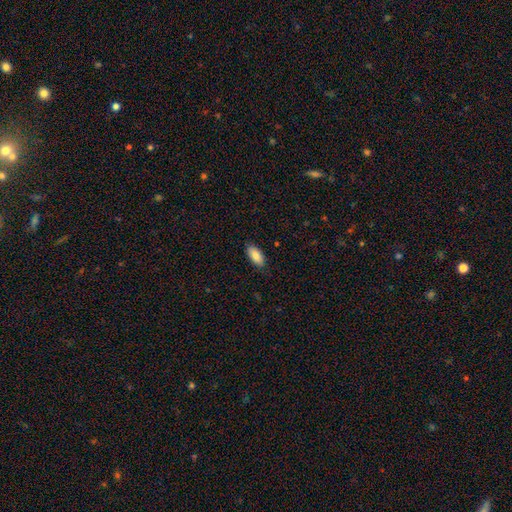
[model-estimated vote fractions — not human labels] A smooth galaxy with no disk features (87%) that is in between round and cigar-shaped (89%). Merging: none (87%).